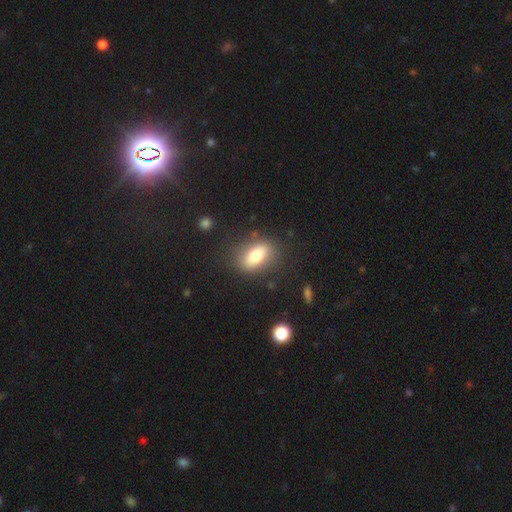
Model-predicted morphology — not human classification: smooth 71%, featured or disk 21%, star or artifact 8%. Down the decision tree: how rounded — in between (79%); merging — none (79%).